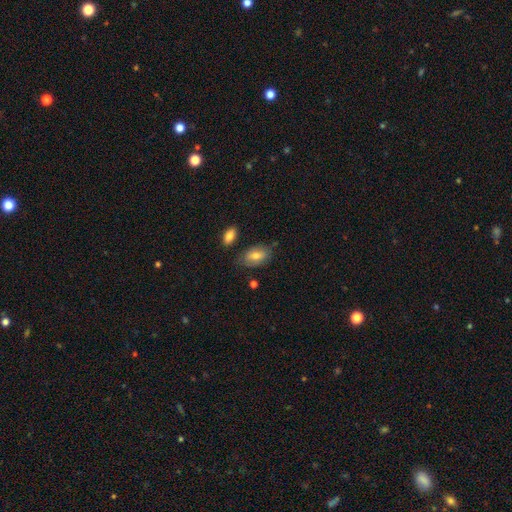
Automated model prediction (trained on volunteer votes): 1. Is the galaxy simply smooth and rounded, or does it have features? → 71% smooth, 22% featured or disk, 7% star or artifact.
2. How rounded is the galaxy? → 91% in between, 6% round, 3% cigar-shaped.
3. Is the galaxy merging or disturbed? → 69% none, 21% minor disturbance, 5% major disturbance, 4% merger.